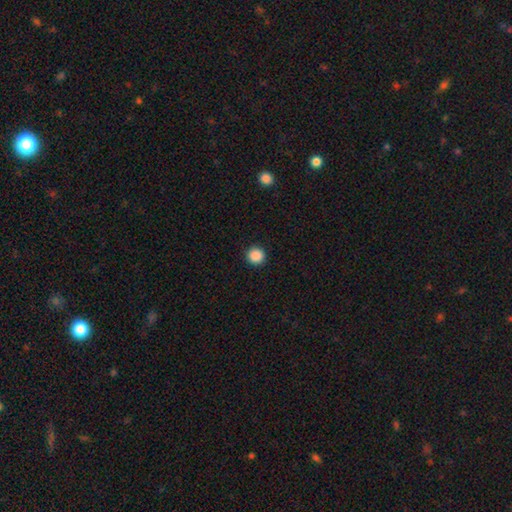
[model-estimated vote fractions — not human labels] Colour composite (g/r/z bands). It shows a smooth galaxy with no disk features (88%) that is round (95%). Merging: none (93%).